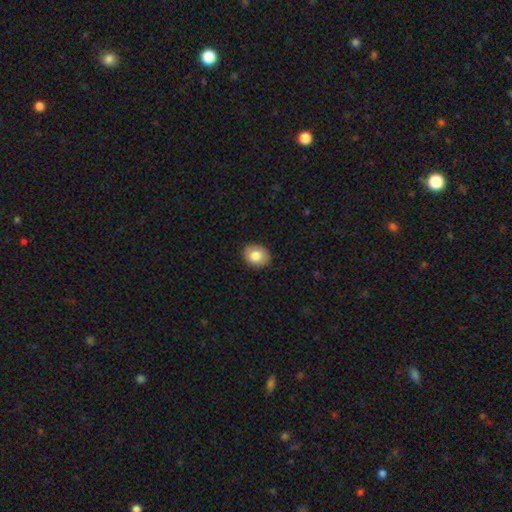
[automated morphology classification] smooth-or-featured: smooth: 82% | featured or disk: 10% | star or artifact: 8%
  how-rounded: round: 53% | in between: 46% | cigar-shaped: 1%
  merging: none: 90% | minor disturbance: 8% | major disturbance: 2% | merger: 1%